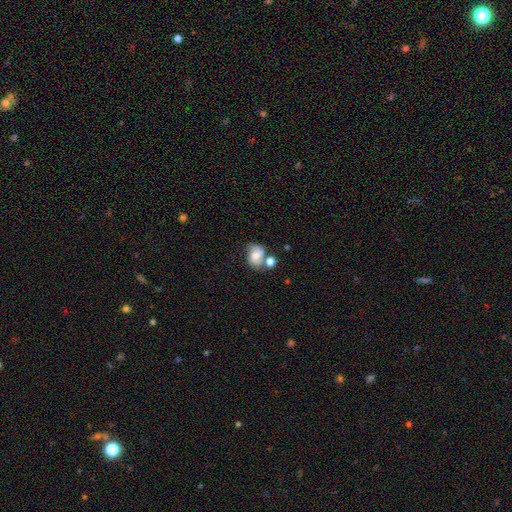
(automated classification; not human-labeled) Smooth or featured: smooth — 54% (featured or disk — 36%)
How rounded: in between — 61% (round — 38%)
Merging: none — 39% (merger — 33%)